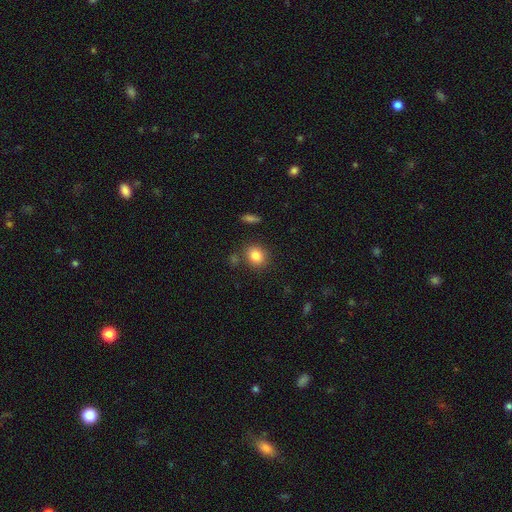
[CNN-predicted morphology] This is clearly a smooth galaxy (84%). How rounded: likely round (67%). Merging: clearly none (80%).